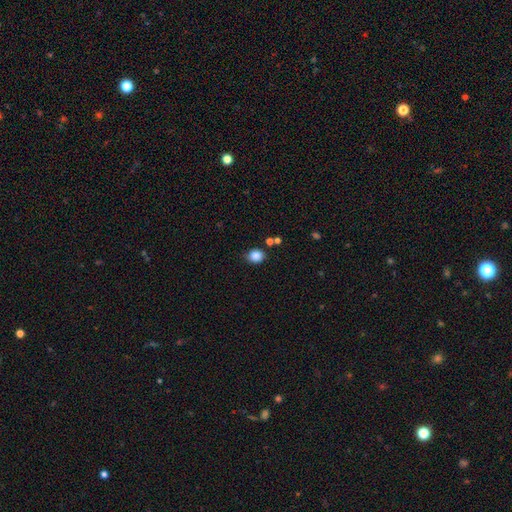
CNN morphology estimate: smooth_or_featured: smooth (p=0.86) [alt: star or artifact p=0.10]
how_rounded: round (p=0.67) [alt: in between p=0.32]
merging: none (p=0.78) [alt: minor disturbance p=0.14]